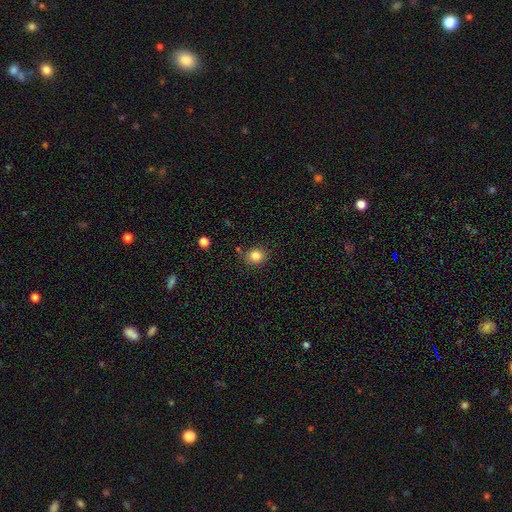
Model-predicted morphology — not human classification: Smooth or featured?
  - smooth: 84% *
  - star or artifact: 11%
  - featured or disk: 5%
How rounded?
  - round: 75% *
  - in between: 25%
  - cigar-shaped: 1%
Merging?
  - none: 77% *
  - minor disturbance: 14%
  - merger: 5%
  - major disturbance: 3%